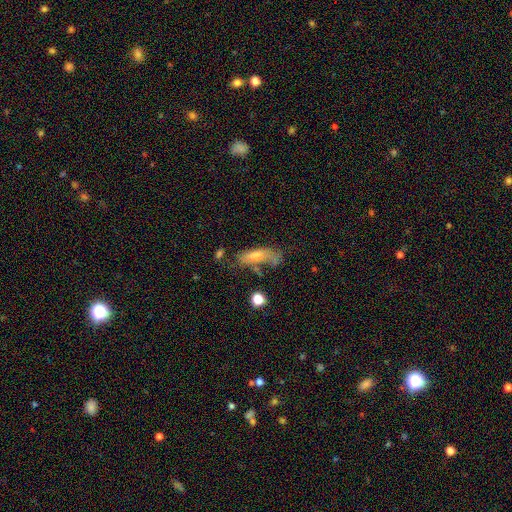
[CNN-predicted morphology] smooth_or_featured: smooth (p=0.57) [alt: featured or disk p=0.32]
how_rounded: in between (p=0.51) [alt: cigar-shaped p=0.46]
merging: none (p=0.42) [alt: minor disturbance p=0.27]